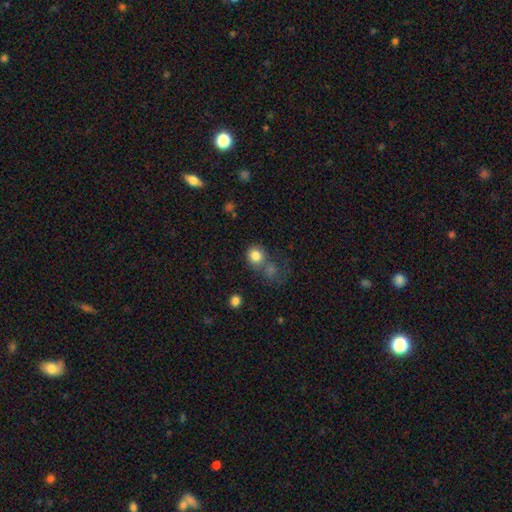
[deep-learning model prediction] This is clearly a smooth galaxy (82%). How rounded: clearly round (82%). Merging: possibly none (55%).